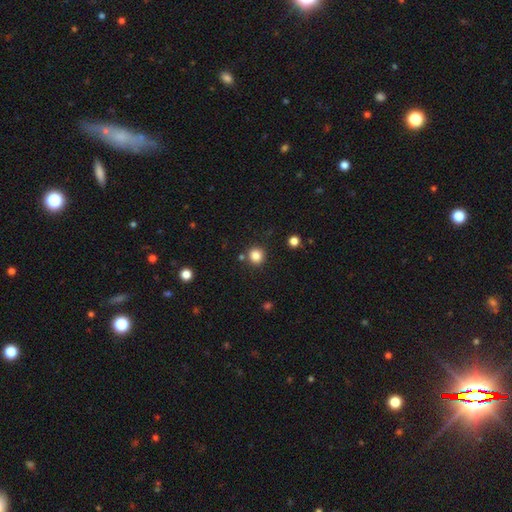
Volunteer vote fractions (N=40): This appears to be a smooth galaxy with no disk features (90%) that is round (94%). Merging: none (78%).